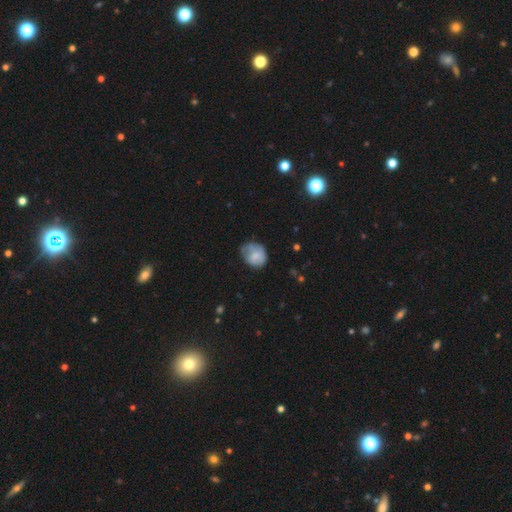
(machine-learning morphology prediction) smooth-or-featured: smooth: 70% | featured or disk: 22% | star or artifact: 8%
  how-rounded: round: 57% | in between: 42% | cigar-shaped: 1%
  merging: none: 43% | minor disturbance: 38% | major disturbance: 17% | merger: 2%